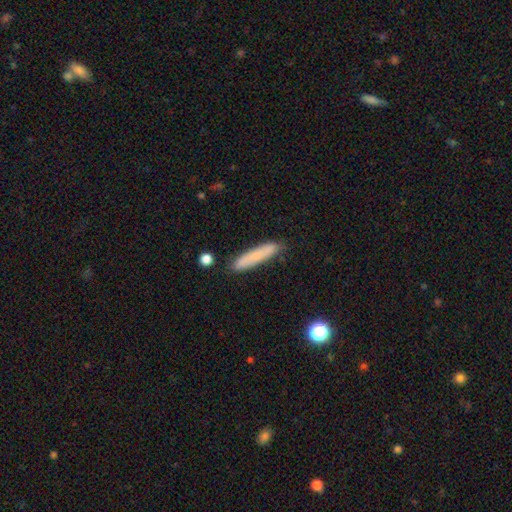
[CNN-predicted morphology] smooth-or-featured: smooth: 71% | featured or disk: 22% | star or artifact: 8%
  how-rounded: cigar-shaped: 90% | in between: 9% | round: 1%
  merging: none: 83% | minor disturbance: 12% | merger: 3% | major disturbance: 2%